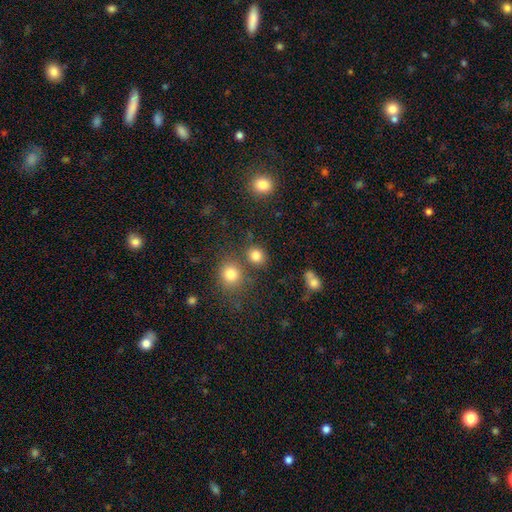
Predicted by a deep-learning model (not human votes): smooth 81%, star or artifact 14%, featured or disk 6%. Down the decision tree: how rounded — round (76%); merging — none (73%).